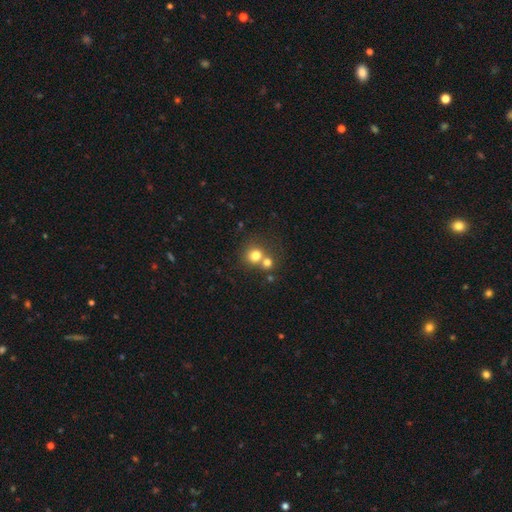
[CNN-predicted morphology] The model was most divided on "merging": none: 46%, merger: 44%, minor disturbance: 7%, major disturbance: 3%. More confident: how rounded — round (85%); smooth or featured — smooth (75%).